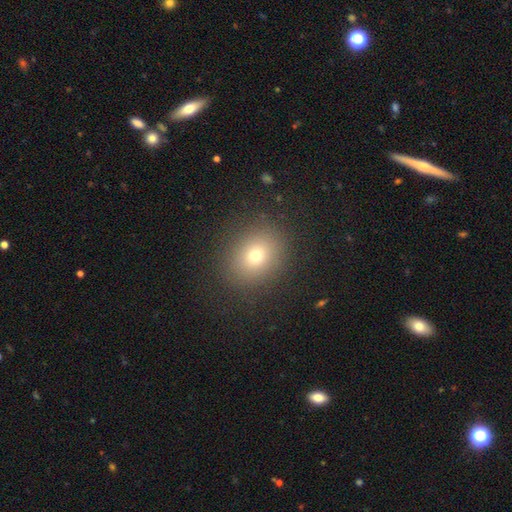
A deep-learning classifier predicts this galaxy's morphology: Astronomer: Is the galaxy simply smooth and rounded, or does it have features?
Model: smooth — 72%.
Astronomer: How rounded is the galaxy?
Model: round — 66%.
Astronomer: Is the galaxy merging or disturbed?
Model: none — 87%.